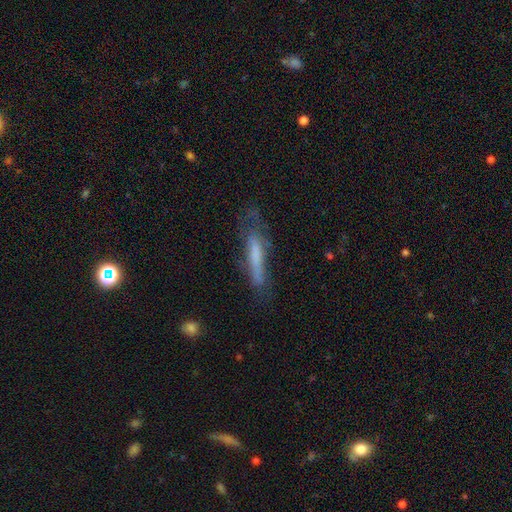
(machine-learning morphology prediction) Smooth or featured? Predicted: smooth (p=0.50). How rounded? Predicted: cigar-shaped (p=0.87). Merging? Predicted: none (p=0.57).